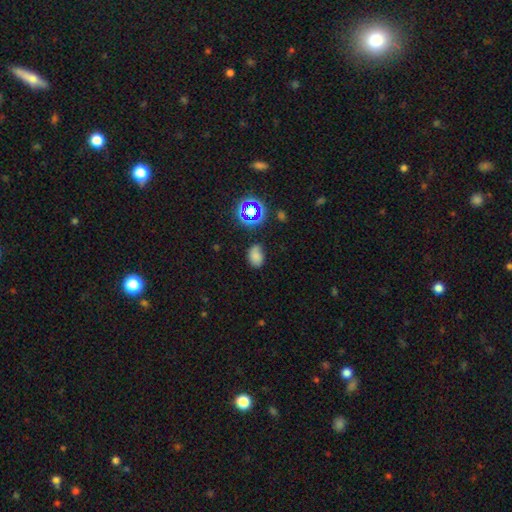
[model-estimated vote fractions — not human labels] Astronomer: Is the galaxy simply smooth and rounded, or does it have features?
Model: smooth — 69%.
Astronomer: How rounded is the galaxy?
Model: in between — 78%.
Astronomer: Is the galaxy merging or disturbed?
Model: none — 66%.